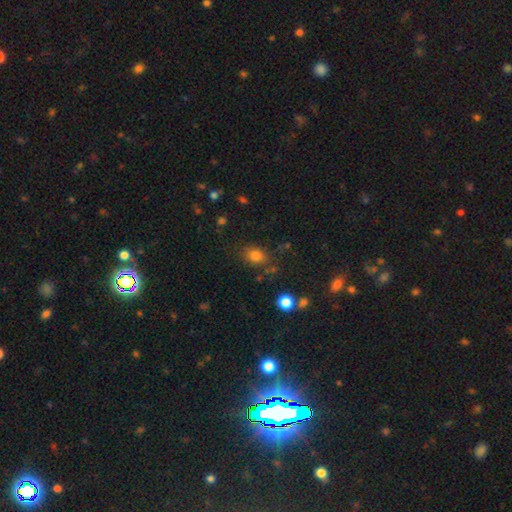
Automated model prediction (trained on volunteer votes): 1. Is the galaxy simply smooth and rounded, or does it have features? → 79% smooth, 14% star or artifact, 7% featured or disk.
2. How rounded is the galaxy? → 55% in between, 44% round, 1% cigar-shaped.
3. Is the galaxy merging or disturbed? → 77% none, 14% minor disturbance, 5% major disturbance, 4% merger.